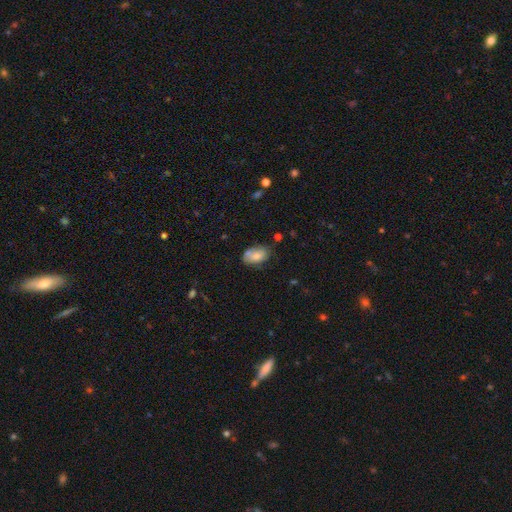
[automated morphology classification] Smooth or featured: smooth — 77% (featured or disk — 15%)
How rounded: in between — 91% (round — 7%)
Merging: none — 57% (minor disturbance — 27%)